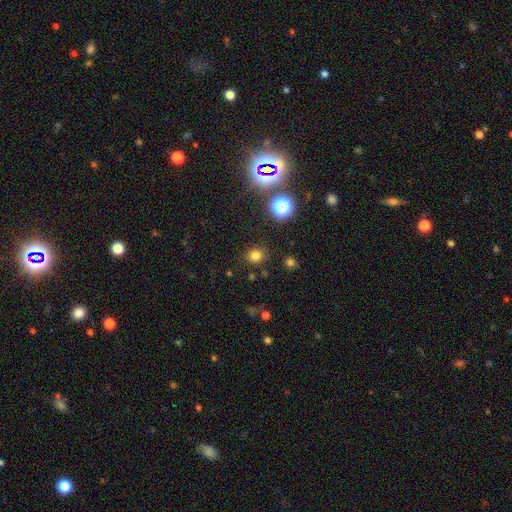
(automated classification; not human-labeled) Smooth or featured?
  - smooth: 76% *
  - star or artifact: 18%
  - featured or disk: 6%
How rounded?
  - round: 79% *
  - in between: 20%
  - cigar-shaped: 1%
Merging?
  - none: 87% *
  - minor disturbance: 8%
  - major disturbance: 3%
  - merger: 2%